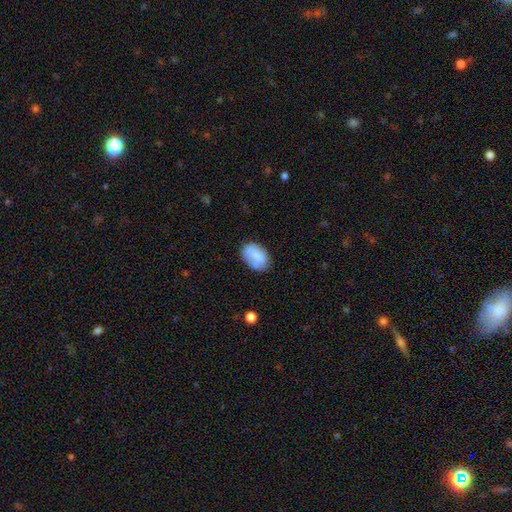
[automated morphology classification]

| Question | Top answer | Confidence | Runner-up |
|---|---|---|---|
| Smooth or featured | smooth | 77% | featured or disk (16%) |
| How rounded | in between | 85% | round (14%) |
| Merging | none | 69% | minor disturbance (21%) |